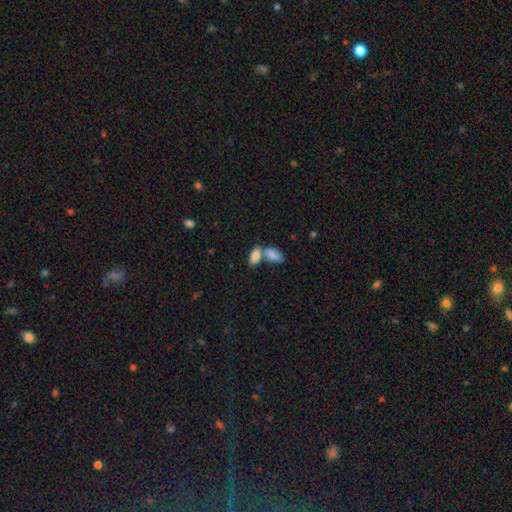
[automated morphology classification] Smooth or featured: smooth — 85% (featured or disk — 8%)
How rounded: in between — 91% (cigar-shaped — 6%)
Merging: merger — 54% (none — 35%)